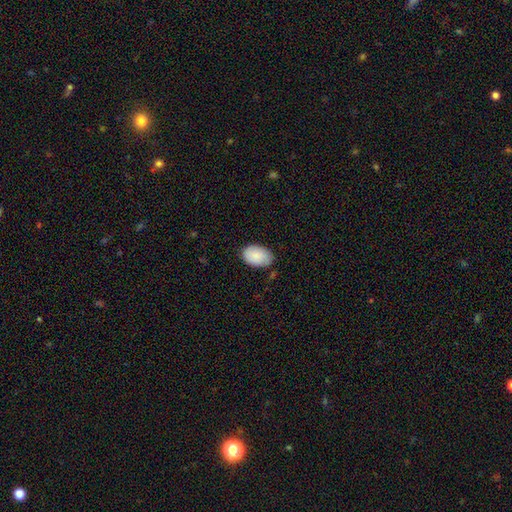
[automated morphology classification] smooth_or_featured: smooth (p=0.88) [alt: star or artifact p=0.06]
how_rounded: in between (p=0.90) [alt: round p=0.09]
merging: none (p=0.75) [alt: minor disturbance p=0.20]